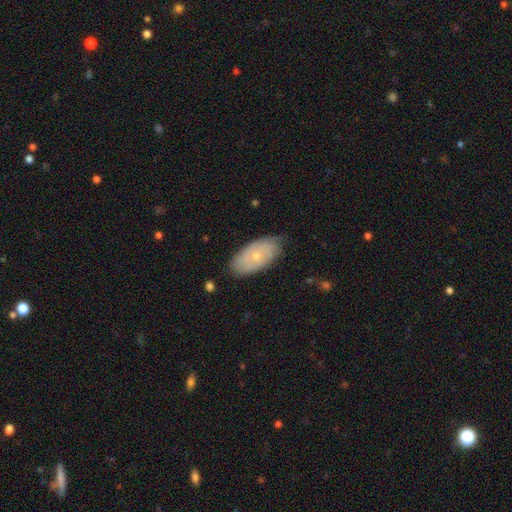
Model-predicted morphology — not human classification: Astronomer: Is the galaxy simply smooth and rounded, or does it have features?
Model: featured or disk — 50% (runner-up: smooth, 44%).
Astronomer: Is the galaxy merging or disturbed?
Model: none — 73%.